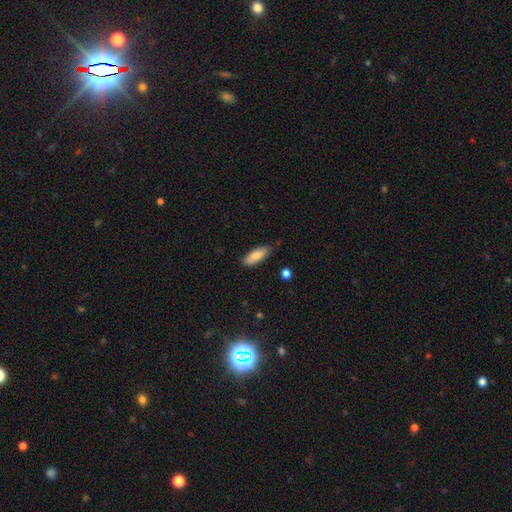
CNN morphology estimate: Smooth or featured? Predicted: smooth (p=0.82). How rounded? Predicted: in between (p=0.72). Merging? Predicted: none (p=0.79).